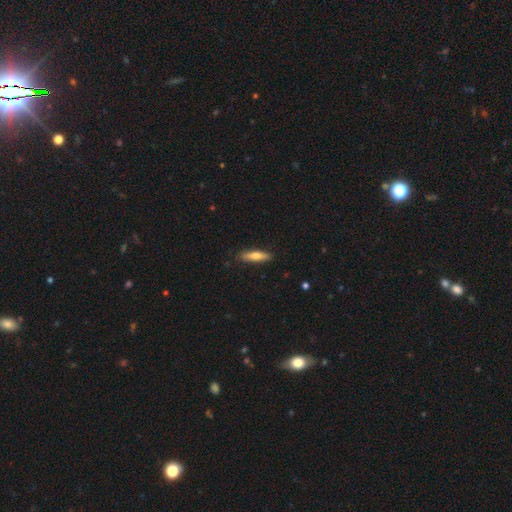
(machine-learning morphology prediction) A smooth galaxy with no disk features (69%) that is cigar-shaped (75%). Merging: none (86%).